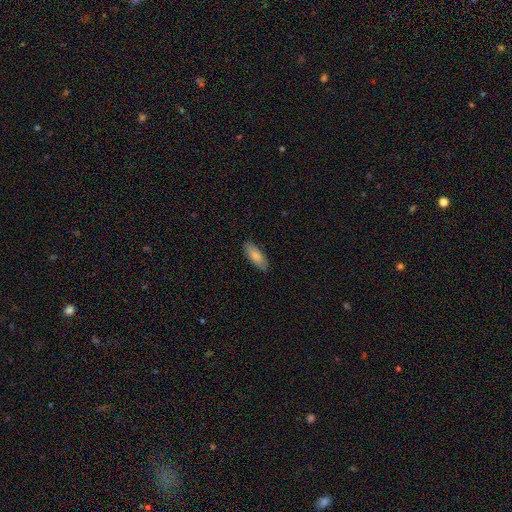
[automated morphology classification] type=smooth (82%); roundness=in between (74%); merging=none (86%).